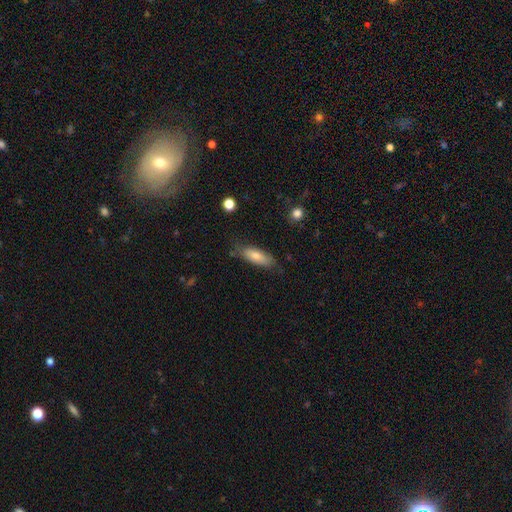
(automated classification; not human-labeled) Smooth or featured? smooth (73%)
How rounded? in between (57%)
Merging? none (74%)